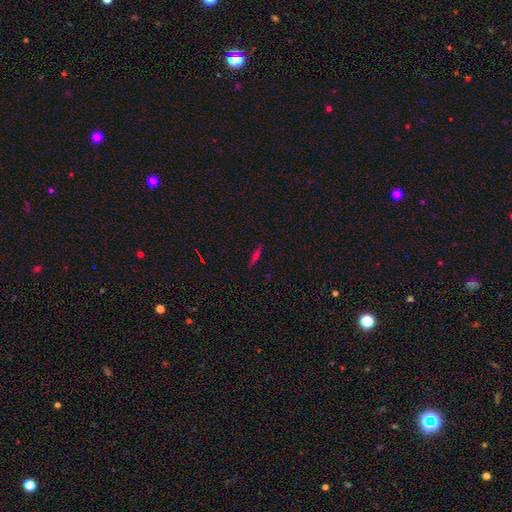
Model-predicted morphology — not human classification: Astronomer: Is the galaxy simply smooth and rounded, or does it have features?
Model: featured or disk — 42% (runner-up: smooth, 41%).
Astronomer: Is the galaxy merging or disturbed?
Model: none — 89%.